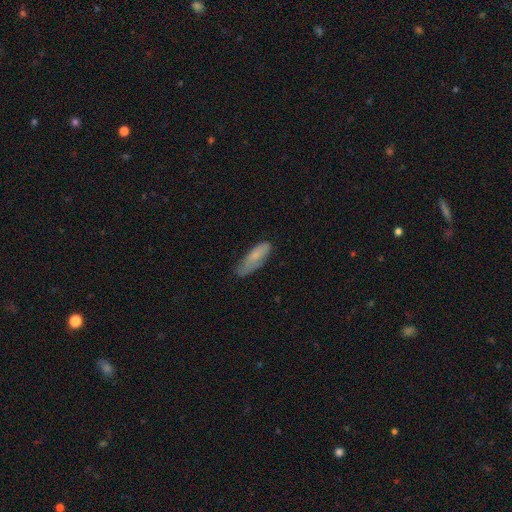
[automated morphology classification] A smooth galaxy with no disk features (71%) that is in between round and cigar-shaped (56%).

Vote fractions:
- Smooth or featured? smooth: 71% / featured or disk: 22% / star or artifact: 7%
- How rounded? in between: 56% / cigar-shaped: 43% / round: 2%
- Merging? none: 54% / minor disturbance: 34% / major disturbance: 10% / merger: 2%